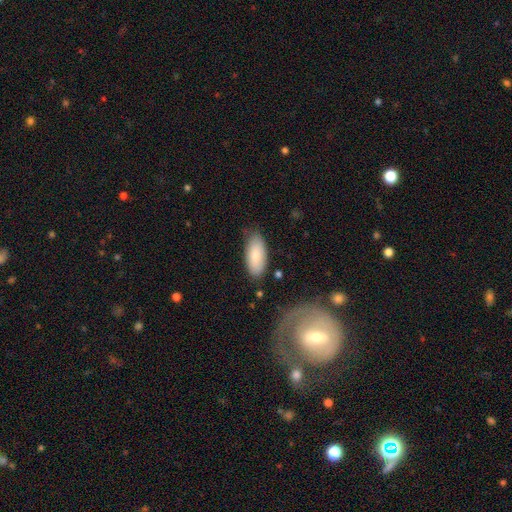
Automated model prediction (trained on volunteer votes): Overall: smooth (83%). How rounded: in between (90%). Merging: none (76%).